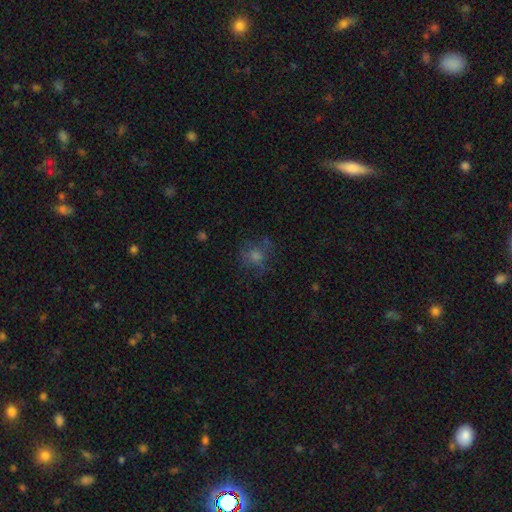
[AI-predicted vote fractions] smooth_or_featured: smooth (p=0.51) [alt: star or artifact p=0.26]
how_rounded: round (p=0.80) [alt: in between p=0.18]
merging: none (p=0.70) [alt: minor disturbance p=0.16]